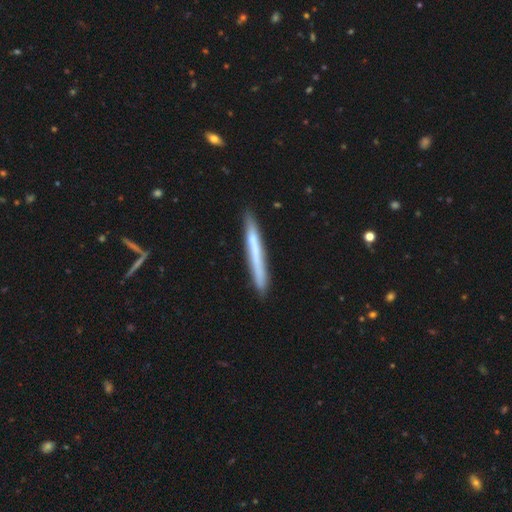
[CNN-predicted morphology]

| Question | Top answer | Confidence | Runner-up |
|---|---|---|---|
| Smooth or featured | smooth | 50% | featured or disk (43%) |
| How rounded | cigar-shaped | 97% | in between (2%) |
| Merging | none | 87% | minor disturbance (9%) |